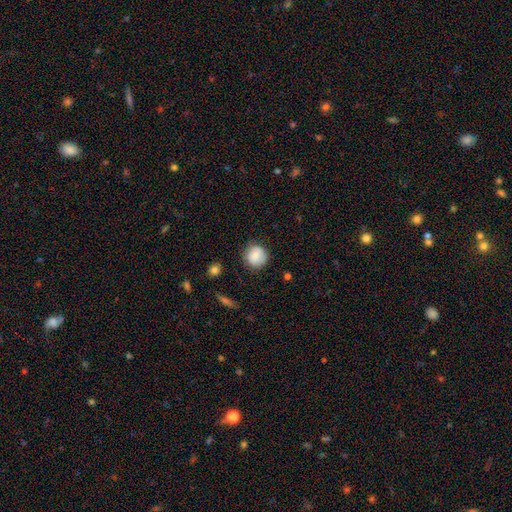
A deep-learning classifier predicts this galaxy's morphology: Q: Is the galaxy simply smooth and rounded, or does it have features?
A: smooth — 81%.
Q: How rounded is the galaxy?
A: round — 91%.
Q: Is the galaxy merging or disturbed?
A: none — 80%.